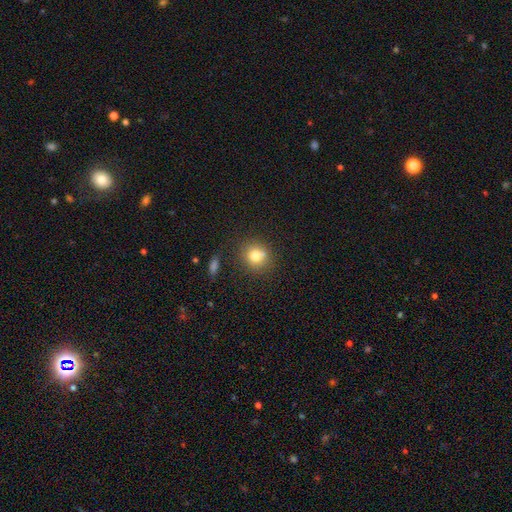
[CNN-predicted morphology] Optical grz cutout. It shows a smooth galaxy with no disk features (76%) that is round (86%). Merging: none (70%).